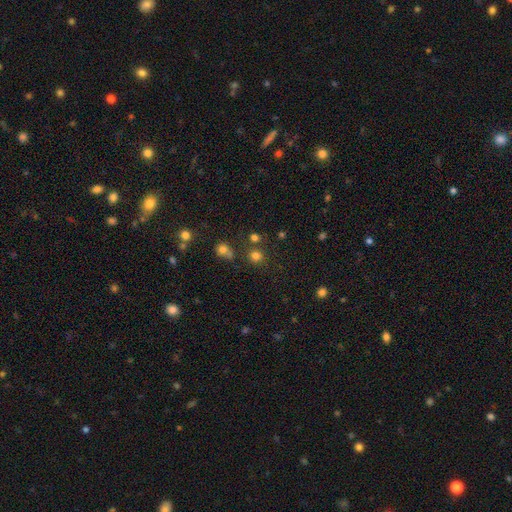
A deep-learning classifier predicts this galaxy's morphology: smooth 76%, star or artifact 18%, featured or disk 6%. Down the decision tree: how rounded — round (88%); merging — none (75%).